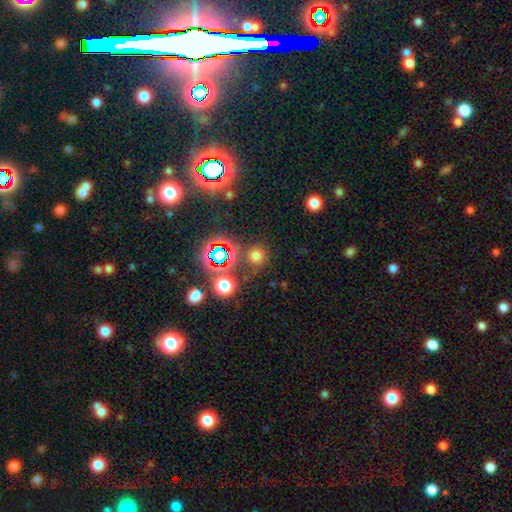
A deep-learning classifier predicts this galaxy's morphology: Smooth or featured?
  - smooth: 64% *
  - star or artifact: 29%
  - featured or disk: 7%
How rounded?
  - round: 90% *
  - in between: 9%
  - cigar-shaped: 1%
Merging?
  - none: 76% *
  - minor disturbance: 10%
  - merger: 9%
  - major disturbance: 5%